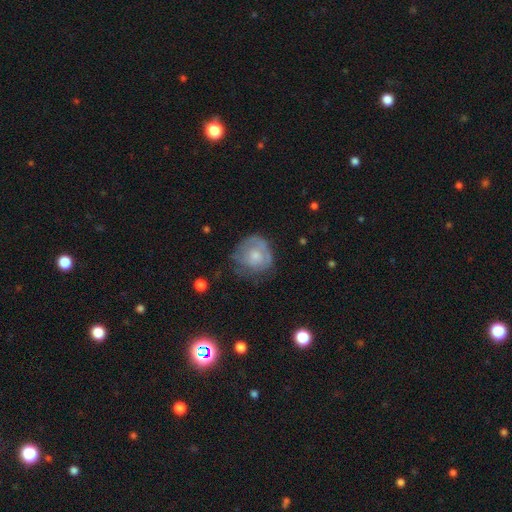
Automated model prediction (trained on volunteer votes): Morphology: type=smooth (49%); merging=none (53%).